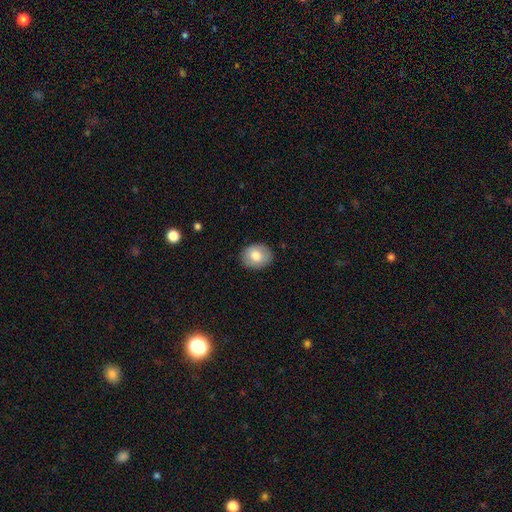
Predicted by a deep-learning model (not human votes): This is likely a smooth galaxy (77%). How rounded: possibly round (51%). Merging: clearly none (87%).